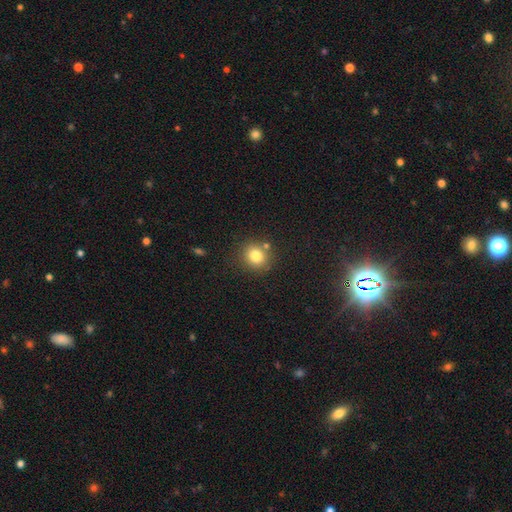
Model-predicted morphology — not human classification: smooth 81%, star or artifact 11%, featured or disk 7%. Down the decision tree: how rounded — round (81%); merging — none (77%).